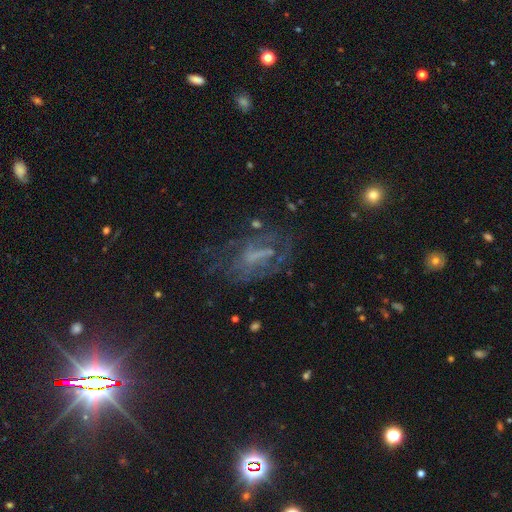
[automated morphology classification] featured or disk 57%, smooth 22%, star or artifact 21%. Down the decision tree: edge-on disk — no (93%); bar — no (46%); spiral arms — no (53%); bulge size — none (53%); merging — none (48%).